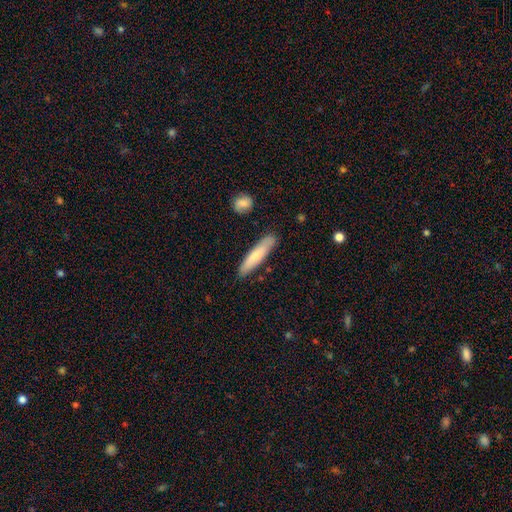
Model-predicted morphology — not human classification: A smooth galaxy with no disk features (73%) that is cigar-shaped (84%). Merging: none (84%).